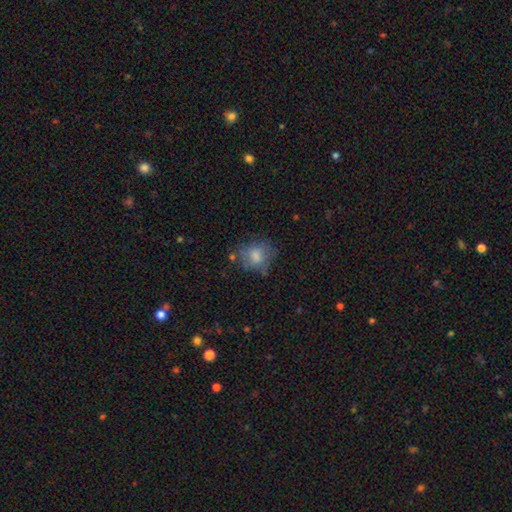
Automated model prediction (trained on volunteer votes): smooth 67%, featured or disk 22%, star or artifact 10%. Down the decision tree: how rounded — round (58%); merging — none (50%).